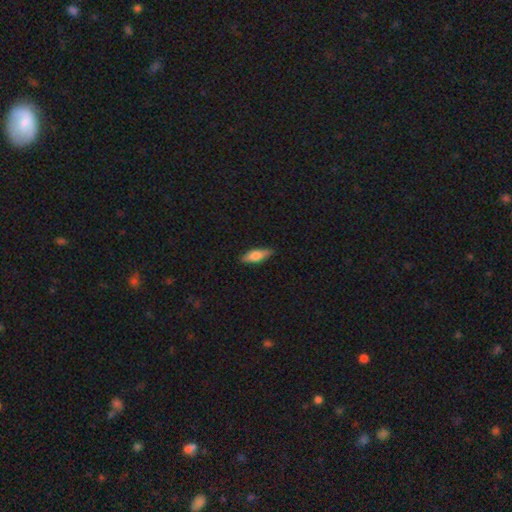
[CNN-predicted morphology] Overall: smooth (68%). How rounded: in between (55%; cigar-shaped 43%). Merging: none (85%).